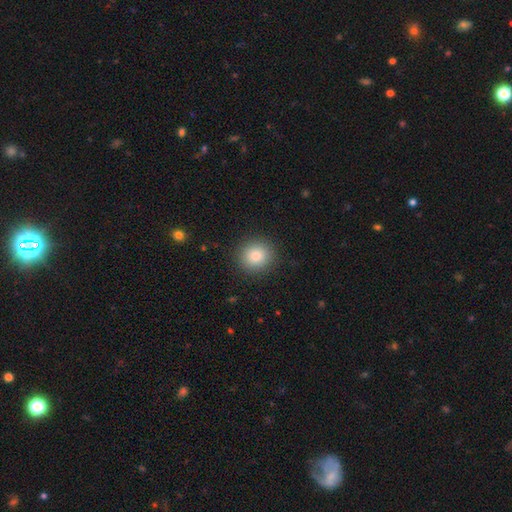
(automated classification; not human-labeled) Smooth or featured? smooth (85%)
How rounded? round (89%)
Merging? none (90%)